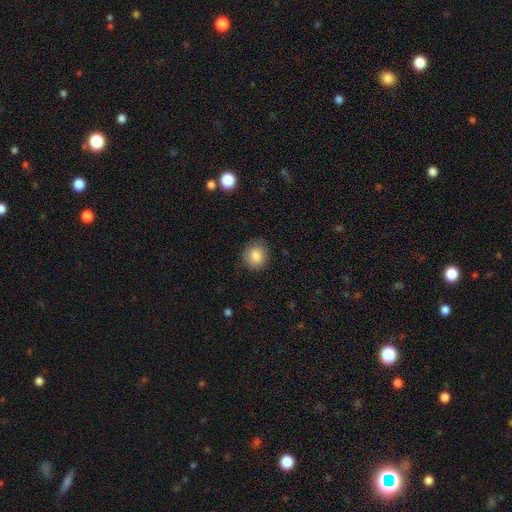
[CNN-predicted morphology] A smooth galaxy with no disk features (85%) that is round (76%). Merging: none (83%).